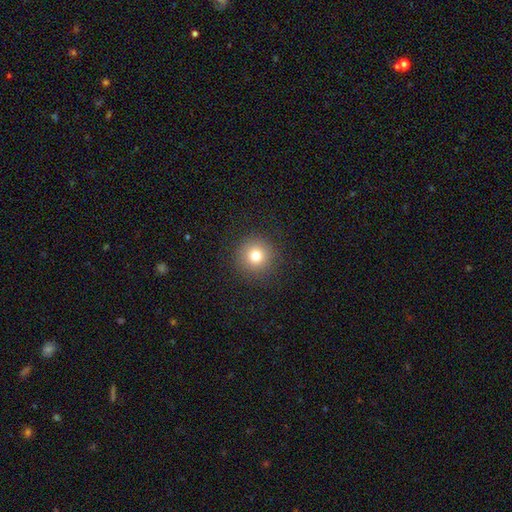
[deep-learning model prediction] Morphology: type=smooth (78%); roundness=round (95%); merging=none (91%).